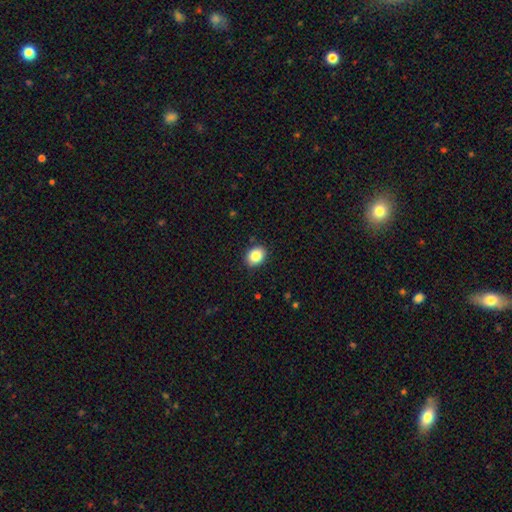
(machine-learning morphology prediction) Smooth or featured? smooth (85%)
How rounded? in between (54%)
Merging? none (89%)